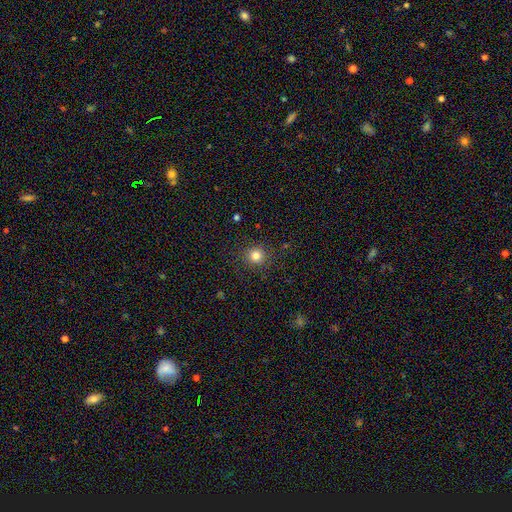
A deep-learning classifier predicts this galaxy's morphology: The model was most divided on "smooth or featured": smooth: 81%, star or artifact: 13%, featured or disk: 5%. More confident: how rounded — round (92%); merging — none (89%).